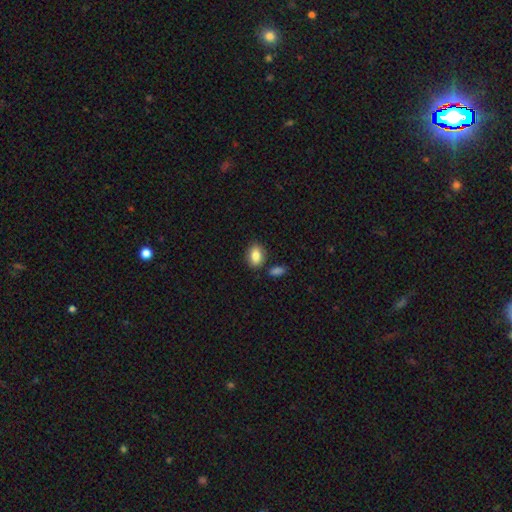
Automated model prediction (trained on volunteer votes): This is clearly a smooth galaxy (85%). How rounded: clearly in between (82%). Merging: likely none (79%).